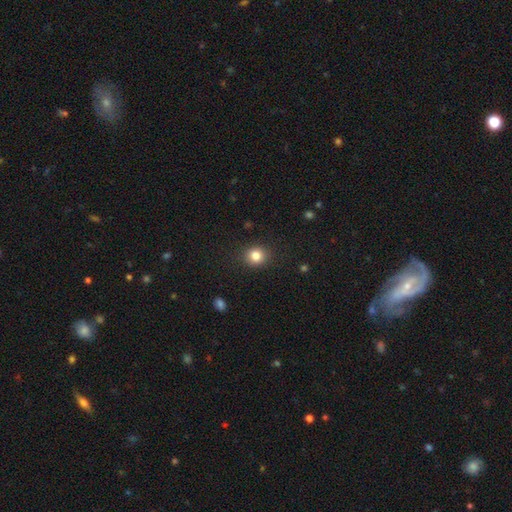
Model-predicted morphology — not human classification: Smooth or featured? smooth (83%)
How rounded? round (82%)
Merging? none (89%)